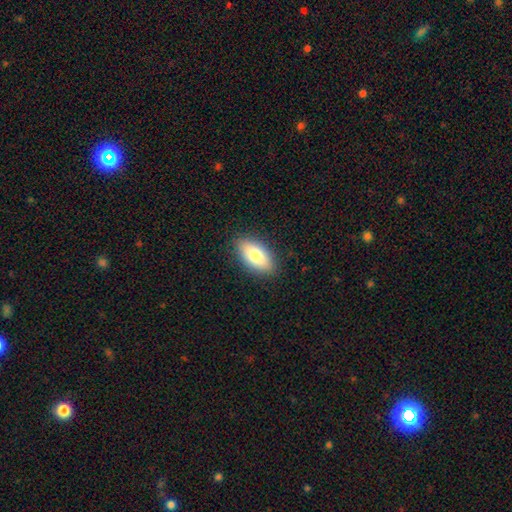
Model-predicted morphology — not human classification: smooth_or_featured: smooth (p=0.79) [alt: featured or disk p=0.14]
how_rounded: in between (p=0.89) [alt: cigar-shaped p=0.08]
merging: none (p=0.87) [alt: minor disturbance p=0.09]